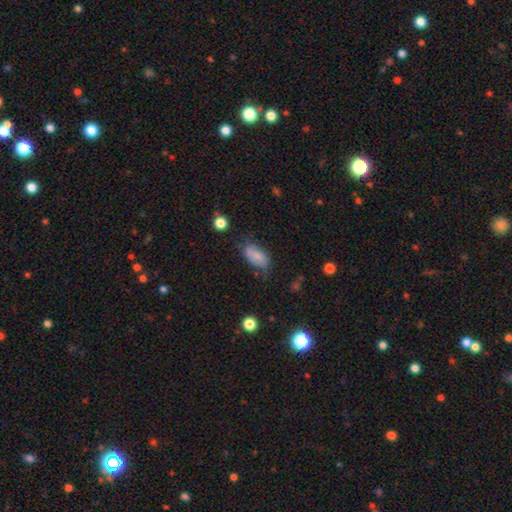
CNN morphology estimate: Q: Smooth or featured?
A: smooth (73%); runner-up: featured or disk (18%)
Q: How rounded?
A: in between (90%); runner-up: cigar-shaped (6%)
Q: Merging?
A: none (54%); runner-up: minor disturbance (29%)